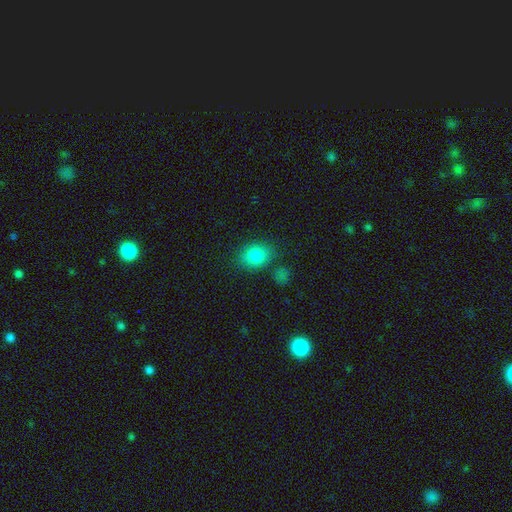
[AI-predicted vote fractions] Smooth or featured: smooth — 83% (star or artifact — 10%)
How rounded: round — 50% (in between — 49%)
Merging: none — 76% (minor disturbance — 13%)